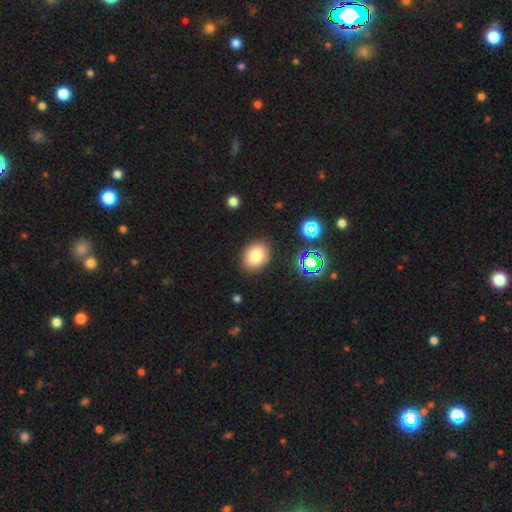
Q: Smooth or featured?
A: smooth (82%); runner-up: featured or disk (13%)
Q: How rounded?
A: in between (71%); runner-up: round (29%)
Q: Merging?
A: none (78%); runner-up: minor disturbance (11%)